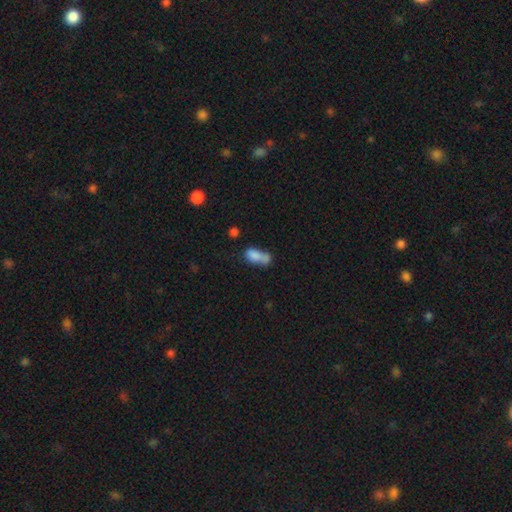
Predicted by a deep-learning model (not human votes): Smooth or featured? Predicted: smooth (p=0.77). How rounded? Predicted: in between (p=0.83). Merging? Predicted: merger (p=0.41).